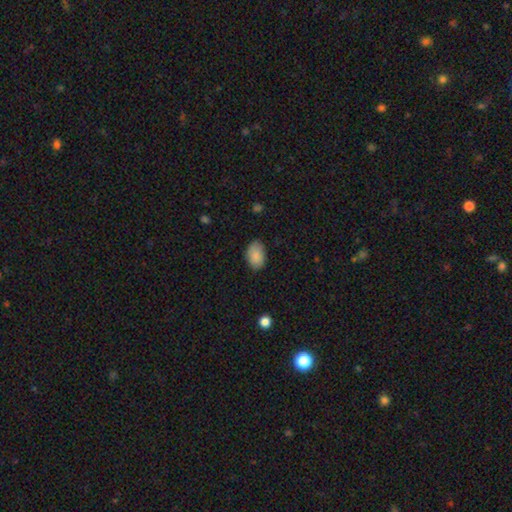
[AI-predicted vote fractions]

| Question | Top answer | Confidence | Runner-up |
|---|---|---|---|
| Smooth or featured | smooth | 87% | star or artifact (7%) |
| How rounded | in between | 87% | round (11%) |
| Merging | none | 81% | minor disturbance (15%) |